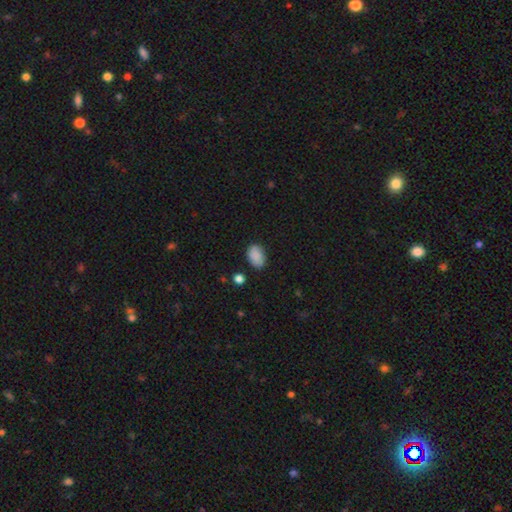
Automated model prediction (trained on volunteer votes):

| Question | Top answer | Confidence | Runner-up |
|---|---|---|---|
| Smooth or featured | smooth | 87% | star or artifact (8%) |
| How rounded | in between | 85% | round (14%) |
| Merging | none | 80% | minor disturbance (14%) |